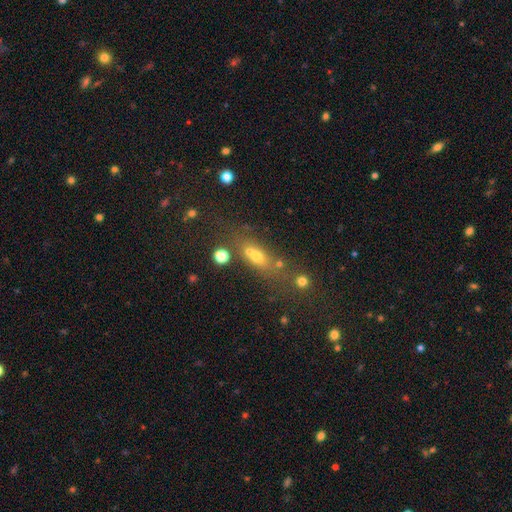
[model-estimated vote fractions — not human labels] smooth-or-featured: smooth: 55% | featured or disk: 23% | star or artifact: 22%
  how-rounded: in between: 48% | cigar-shaped: 28% | round: 25%
  merging: none: 44% | merger: 35% | minor disturbance: 12% | major disturbance: 9%